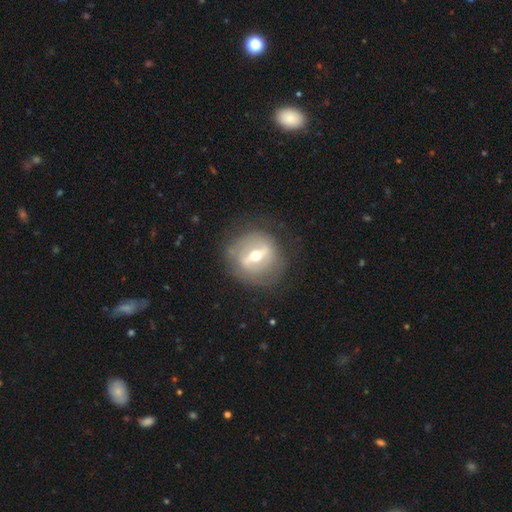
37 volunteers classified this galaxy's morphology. Smooth or featured: featured or disk — 89% (smooth — 11%)
Edge-on disk: no — 88% (yes — 12%)
Bar: strong — 59% (weak — 34%)
Spiral arms: no — 62% (yes — 38%)
Bulge size: moderate — 66% (small — 31%)
Merging: none — 70% (minor disturbance — 16%)